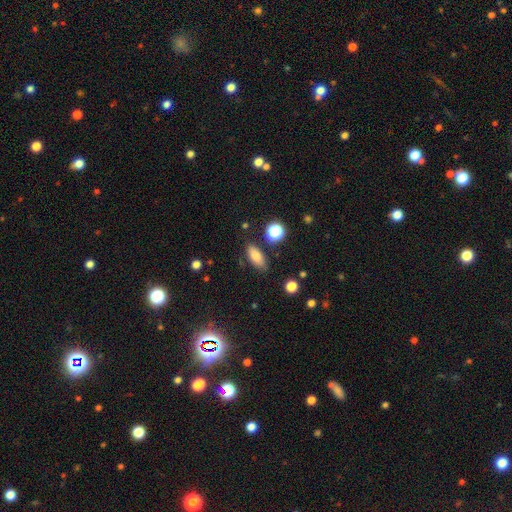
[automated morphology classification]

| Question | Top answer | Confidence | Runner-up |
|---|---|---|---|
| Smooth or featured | smooth | 77% | featured or disk (12%) |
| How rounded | in between | 79% | cigar-shaped (15%) |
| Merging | none | 82% | minor disturbance (12%) |